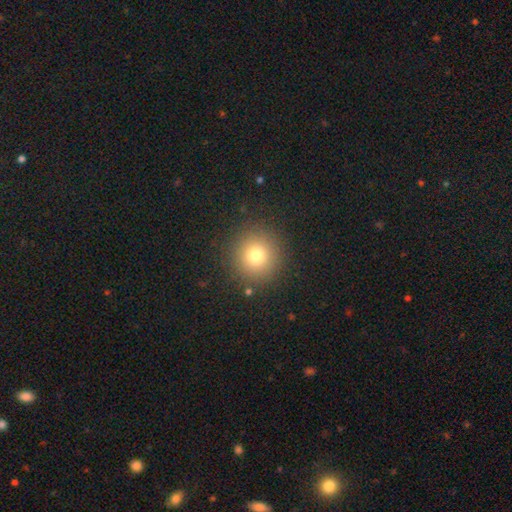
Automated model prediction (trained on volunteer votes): Smooth or featured: smooth — 76% (star or artifact — 15%)
How rounded: round — 94% (in between — 5%)
Merging: none — 89% (minor disturbance — 6%)